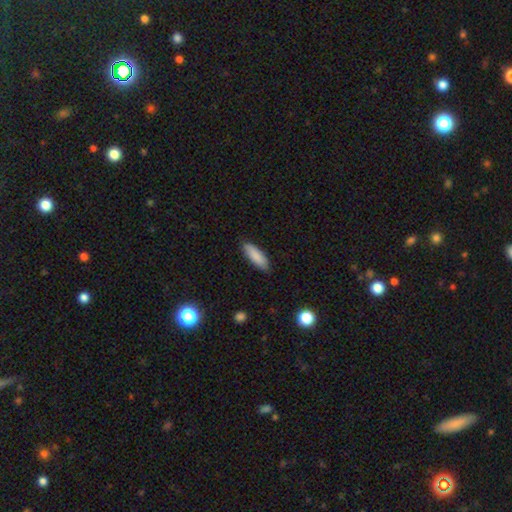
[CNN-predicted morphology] The model was most divided on "how rounded": in between: 59%, cigar-shaped: 39%, round: 2%. More confident: smooth or featured — smooth (87%); merging — none (85%).